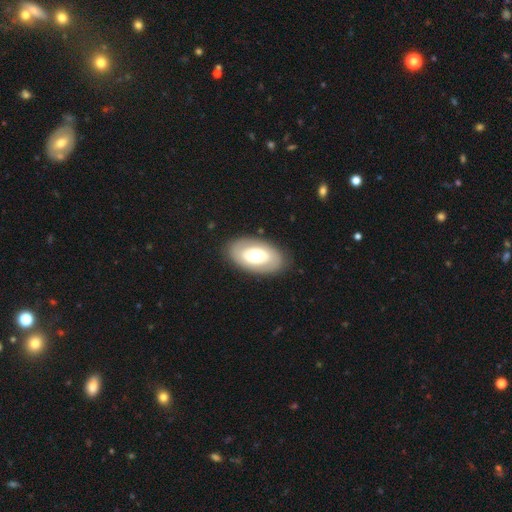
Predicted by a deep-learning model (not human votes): smooth-or-featured: smooth: 48% | featured or disk: 47% | star or artifact: 5%
  merging: none: 85% | minor disturbance: 10% | major disturbance: 4% | merger: 1%